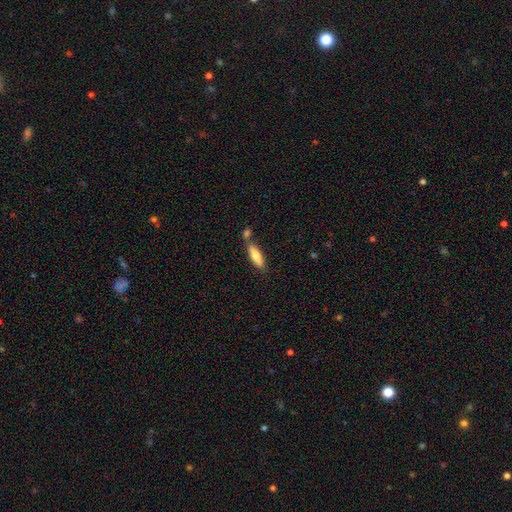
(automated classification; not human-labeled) A smooth galaxy with no disk features (74%) that is cigar-shaped (50%). Merging: none (63%).